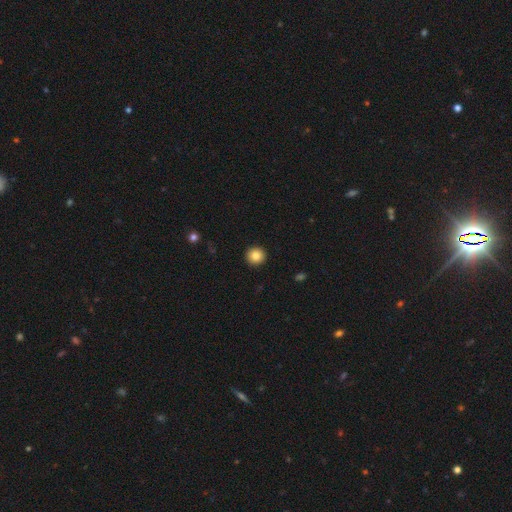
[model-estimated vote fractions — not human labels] This is clearly a smooth galaxy (86%). How rounded: clearly round (94%). Merging: clearly none (93%).